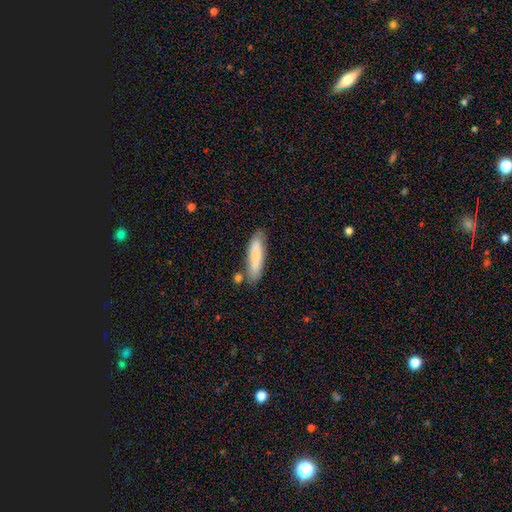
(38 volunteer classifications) Morphology: type=smooth (74%); roundness=cigar-shaped (86%); merging=none (83%).